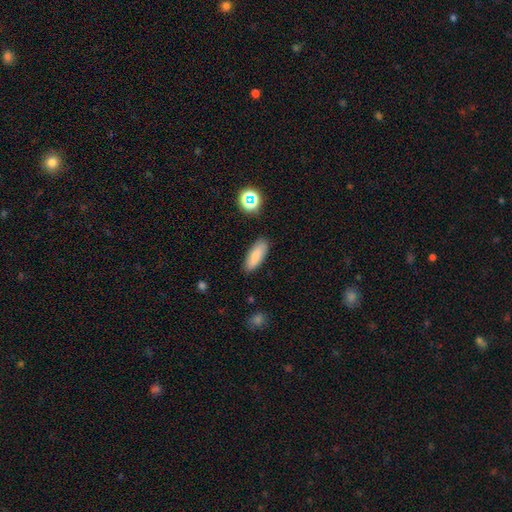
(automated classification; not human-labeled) Overall: smooth (83%). How rounded: in between (68%; cigar-shaped 30%). Merging: none (85%).